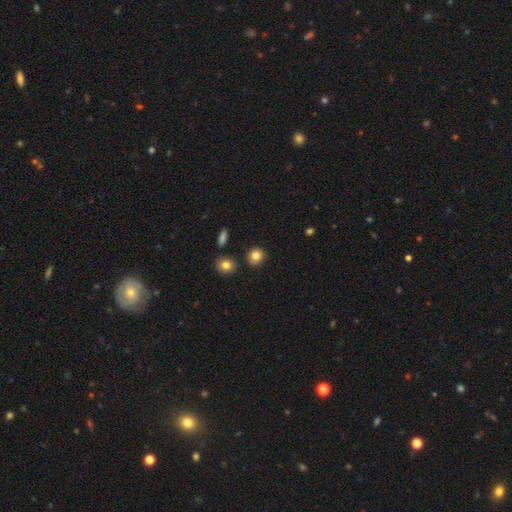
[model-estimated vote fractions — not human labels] The model was most divided on "how rounded": round: 79%, in between: 20%, cigar-shaped: 1%. More confident: merging — none (84%); smooth or featured — smooth (84%).